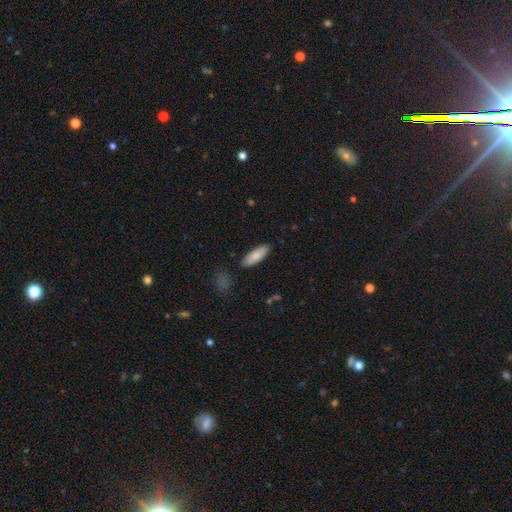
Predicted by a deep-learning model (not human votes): Smooth or featured? Predicted: smooth (p=0.84). How rounded? Predicted: in between (p=0.59). Merging? Predicted: none (p=0.86).